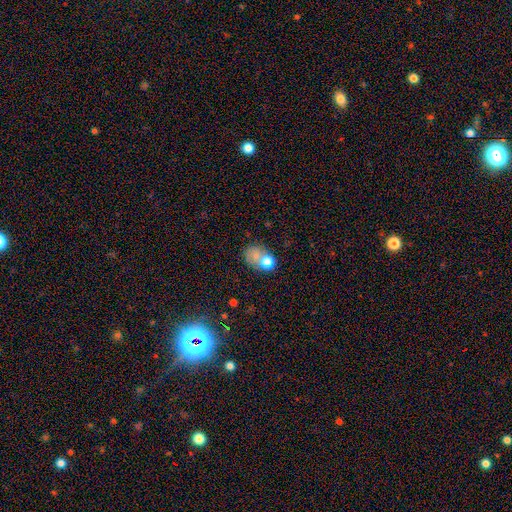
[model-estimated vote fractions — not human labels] Morphology: type=smooth (68%); roundness=in between (51%); merging=none (49%).